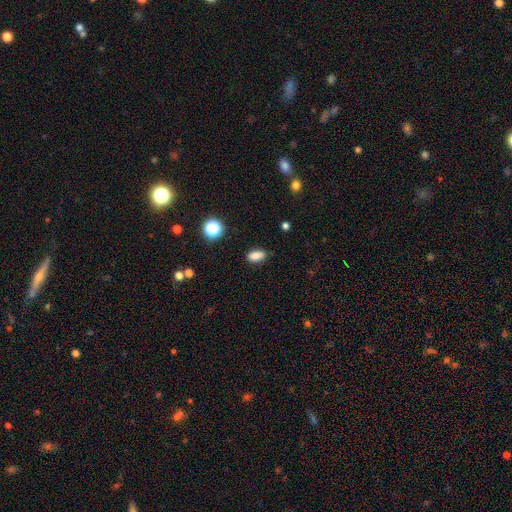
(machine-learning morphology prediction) Q: Smooth or featured?
A: smooth (85%); runner-up: star or artifact (11%)
Q: How rounded?
A: in between (86%); runner-up: cigar-shaped (7%)
Q: Merging?
A: none (85%); runner-up: minor disturbance (11%)